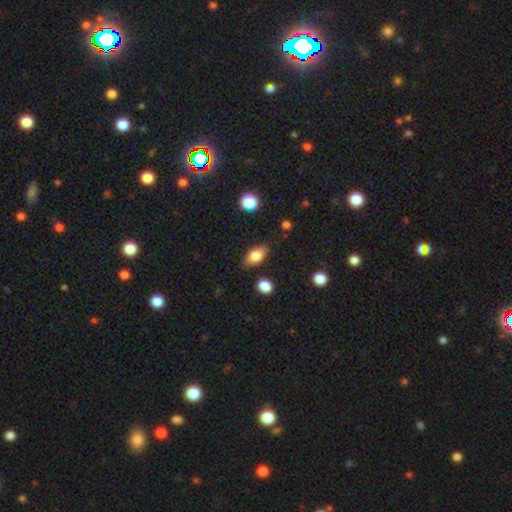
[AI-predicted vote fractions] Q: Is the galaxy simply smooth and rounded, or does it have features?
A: smooth — 78%.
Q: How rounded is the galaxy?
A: in between — 86%.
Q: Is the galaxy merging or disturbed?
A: none — 79%.